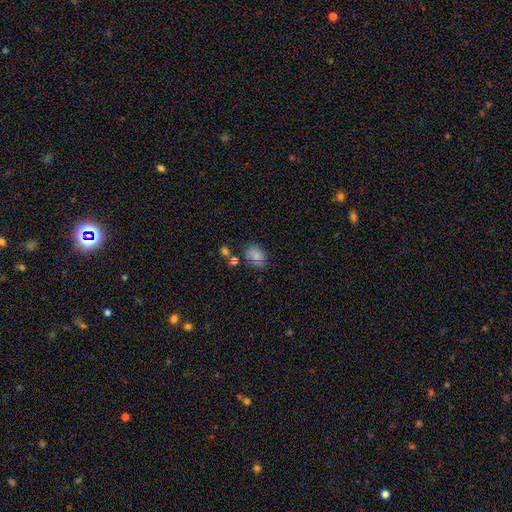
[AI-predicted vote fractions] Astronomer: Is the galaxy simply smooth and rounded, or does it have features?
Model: smooth — 78%.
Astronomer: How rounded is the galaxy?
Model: in between — 69%.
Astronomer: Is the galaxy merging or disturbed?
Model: none — 58%.